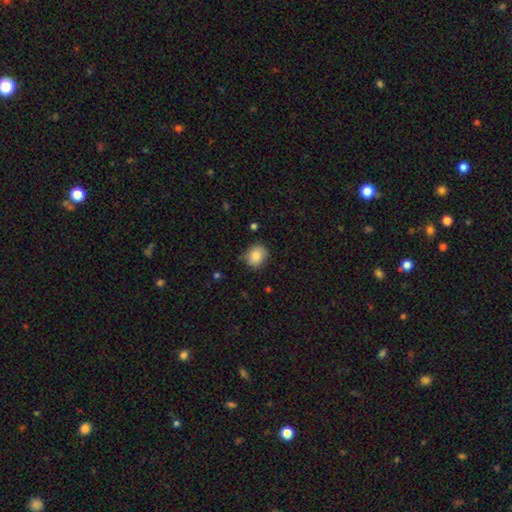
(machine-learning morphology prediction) smooth_or_featured: smooth (p=0.85) [alt: star or artifact p=0.09]
how_rounded: round (p=0.71) [alt: in between p=0.29]
merging: none (p=0.77) [alt: minor disturbance p=0.18]